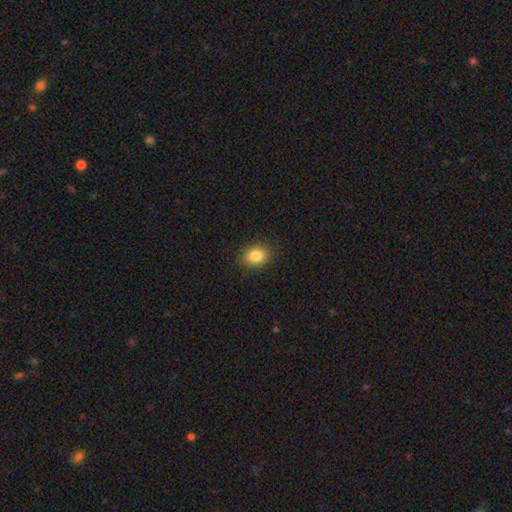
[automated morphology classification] This appears to be a smooth galaxy with no disk features (84%) that is in between round and cigar-shaped (59%). Merging: none (87%).